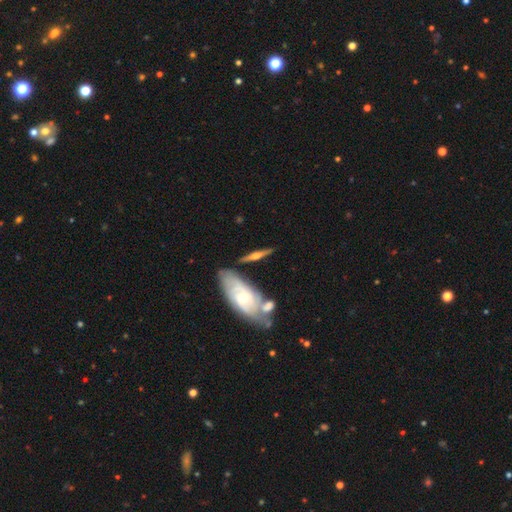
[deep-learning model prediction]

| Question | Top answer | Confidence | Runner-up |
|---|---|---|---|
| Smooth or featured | featured or disk | 66% | smooth (28%) |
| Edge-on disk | yes | 87% | no (13%) |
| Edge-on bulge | rounded | 89% | boxy (6%) |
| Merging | none | 69% | minor disturbance (14%) |